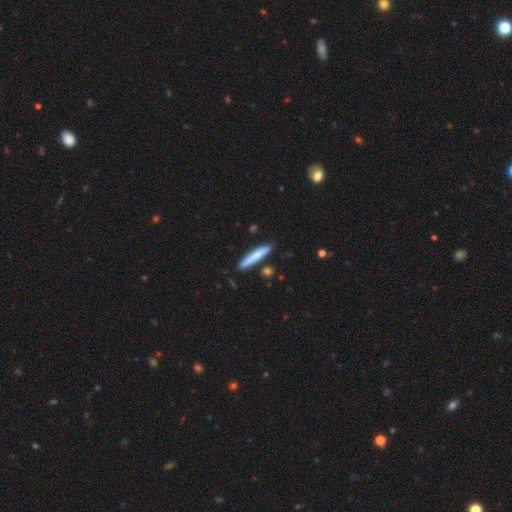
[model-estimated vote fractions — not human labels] Smooth or featured? smooth (71%)
How rounded? cigar-shaped (92%)
Merging? none (84%)